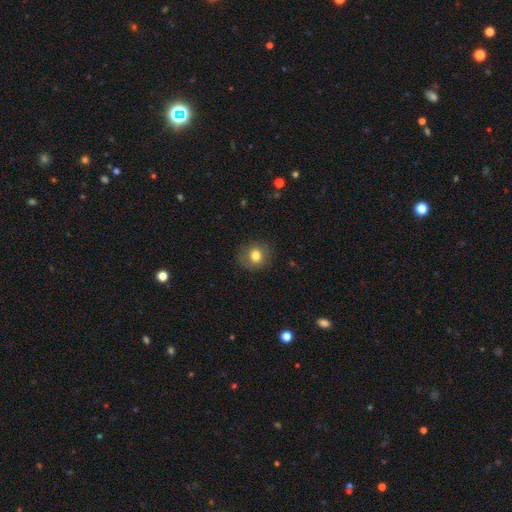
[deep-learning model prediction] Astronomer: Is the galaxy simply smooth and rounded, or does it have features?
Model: smooth — 78%.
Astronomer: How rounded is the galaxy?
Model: round — 80%.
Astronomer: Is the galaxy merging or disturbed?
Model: none — 83%.